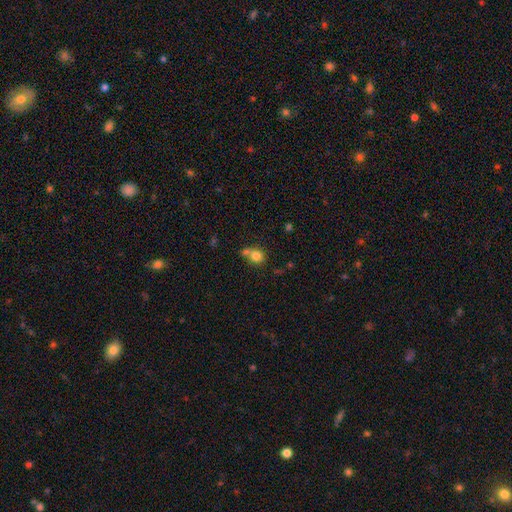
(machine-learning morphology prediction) A smooth galaxy with no disk features (80%) that is round (81%). Merging: none (47%).